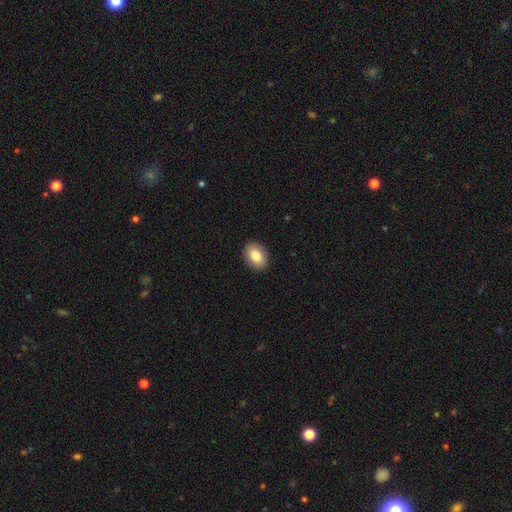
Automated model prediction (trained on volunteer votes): Q: Smooth or featured?
A: smooth (85%); runner-up: featured or disk (8%)
Q: How rounded?
A: in between (77%); runner-up: round (22%)
Q: Merging?
A: none (90%); runner-up: minor disturbance (7%)